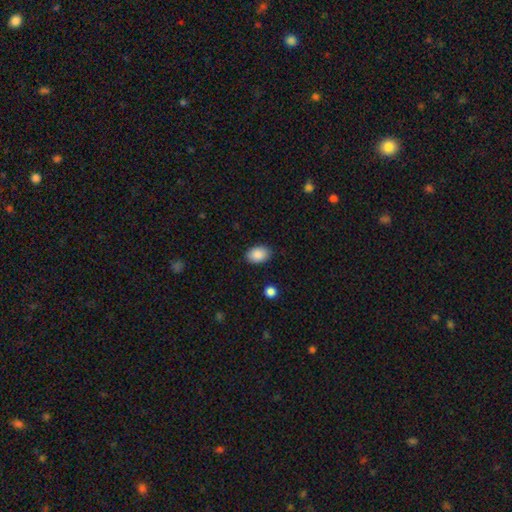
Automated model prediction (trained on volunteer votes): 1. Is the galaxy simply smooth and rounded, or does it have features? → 89% smooth, 7% star or artifact, 4% featured or disk.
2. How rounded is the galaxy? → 83% in between, 16% round, 1% cigar-shaped.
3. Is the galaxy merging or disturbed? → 87% none, 9% minor disturbance, 2% major disturbance, 1% merger.